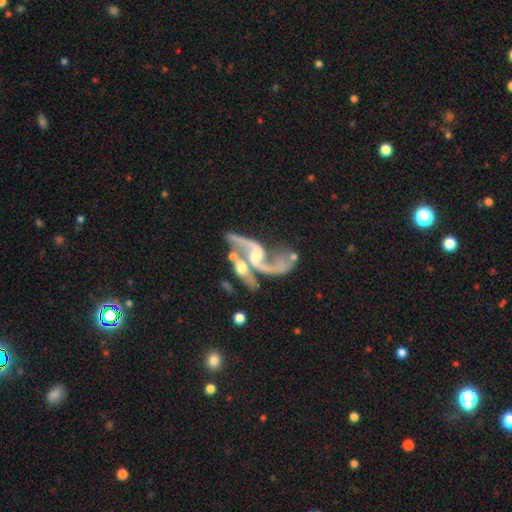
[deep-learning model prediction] This appears to be a featured or disk galaxy (87%) with no bar (46%), 2 (84%) loose (78%) spiral arms (92%) and a small central bulge (41%, tied with moderate). Merging: merger (41%).